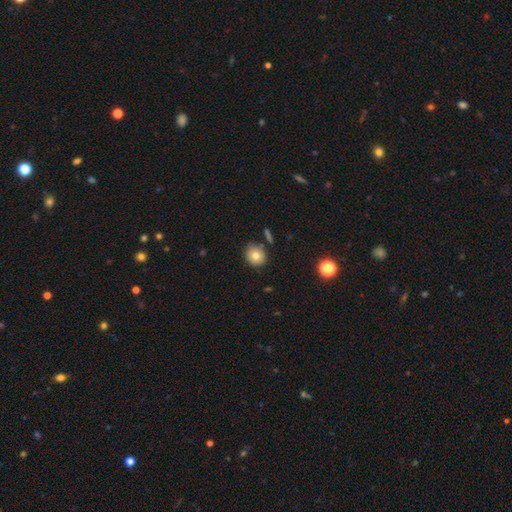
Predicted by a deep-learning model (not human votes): smooth 76%, featured or disk 13%, star or artifact 11%. Down the decision tree: how rounded — round (80%); merging — none (80%).